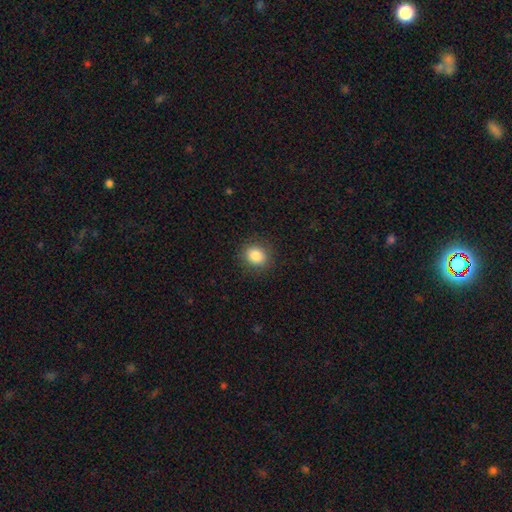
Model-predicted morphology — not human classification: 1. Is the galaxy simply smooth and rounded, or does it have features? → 86% smooth, 10% star or artifact, 5% featured or disk.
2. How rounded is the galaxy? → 72% round, 27% in between, 1% cigar-shaped.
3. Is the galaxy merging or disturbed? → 89% none, 8% minor disturbance, 3% major disturbance, 1% merger.